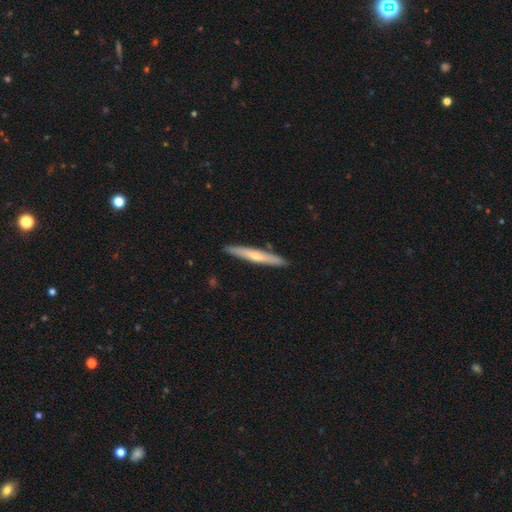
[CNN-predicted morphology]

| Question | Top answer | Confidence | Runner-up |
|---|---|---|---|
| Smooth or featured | featured or disk | 49% | smooth (46%) |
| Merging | none | 90% | minor disturbance (7%) |